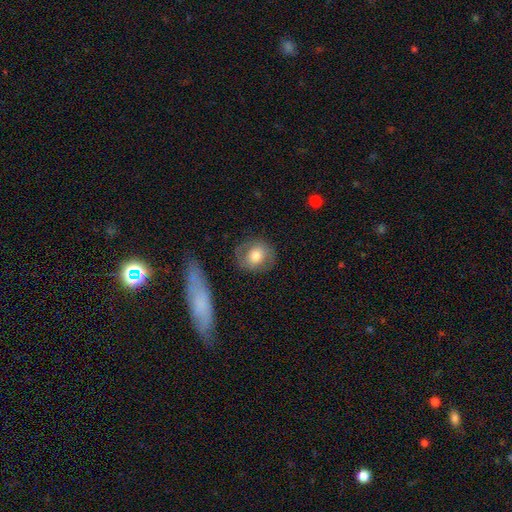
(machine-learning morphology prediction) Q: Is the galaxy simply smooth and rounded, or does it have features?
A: smooth — 66%.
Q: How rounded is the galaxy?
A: round — 78%.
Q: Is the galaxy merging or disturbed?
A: none — 79%.